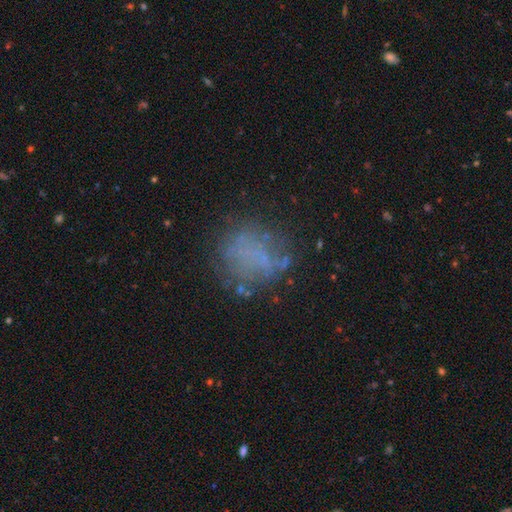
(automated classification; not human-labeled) Morphology: type=smooth (47%); merging=none (65%).